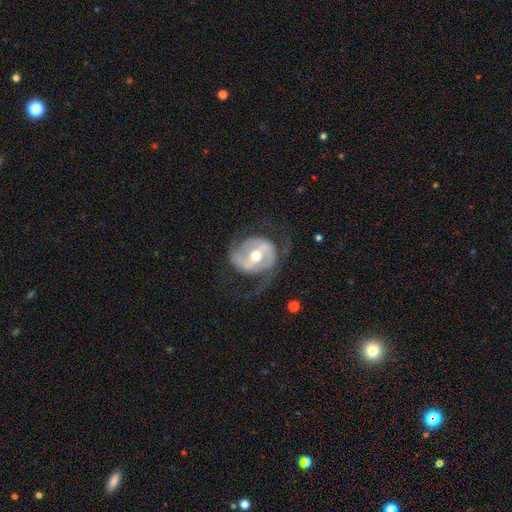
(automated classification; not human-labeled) Smooth or featured?
  - featured or disk: 80% *
  - smooth: 15%
  - star or artifact: 5%
Edge-on disk?
  - no: 97% *
  - yes: 3%
Bar?
  - weak: 38% *
  - no: 34%
  - strong: 27%
Spiral arms?
  - yes: 79% *
  - no: 21%
Spiral winding?
  - medium: 42% *
  - loose: 32%
  - tight: 25%
Spiral arm count?
  - 2: 75% *
  - can't tell: 10%
  - 1: 10%
  - 3: 3%
  - 4: 1%
  - more than 4: 1%
Bulge size?
  - moderate: 74% *
  - large: 16%
  - small: 8%
  - dominant: 1%
  - none: 1%
Merging?
  - none: 55% *
  - major disturbance: 24%
  - minor disturbance: 19%
  - merger: 2%